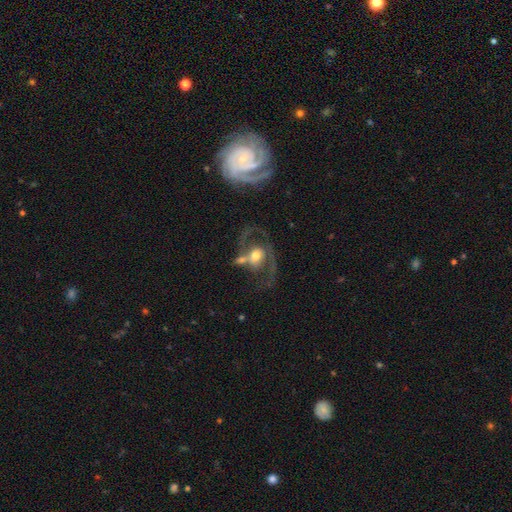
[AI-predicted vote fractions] Smooth or featured? featured or disk (75%)
Edge-on disk? no (97%)
Bar? no (66%)
Spiral arms? yes (82%)
Spiral winding? medium (48%)
Spiral arm count? 2 (80%)
Bulge size? moderate (66%)
Merging? none (36%)